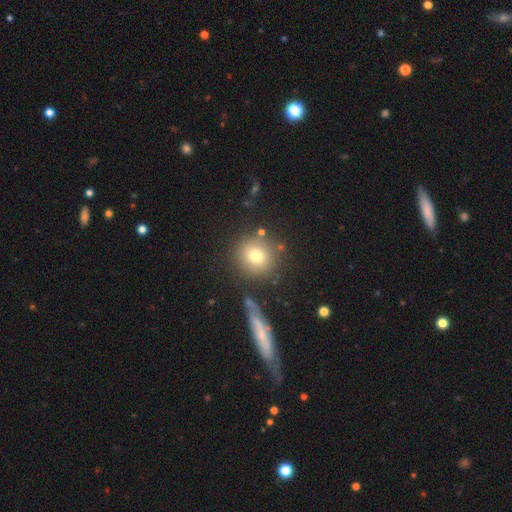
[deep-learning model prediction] This appears to be a smooth galaxy with no disk features (77%) that is round (90%). Merging: none (77%).